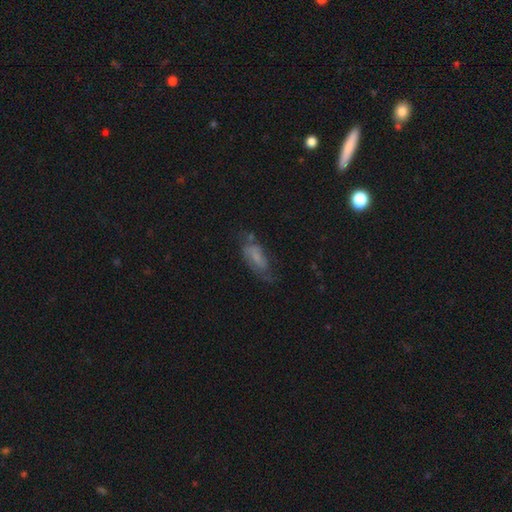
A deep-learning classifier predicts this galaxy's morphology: Overall: smooth (49%; featured or disk 38%). Merging: none (51%; minor disturbance 27%).